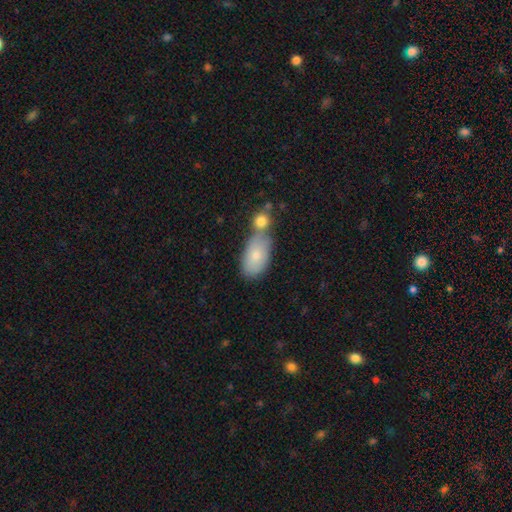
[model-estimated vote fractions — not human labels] smooth_or_featured: smooth (p=0.78) [alt: featured or disk p=0.16]
how_rounded: in between (p=0.91) [alt: round p=0.06]
merging: merger (p=0.44) [alt: none p=0.38]